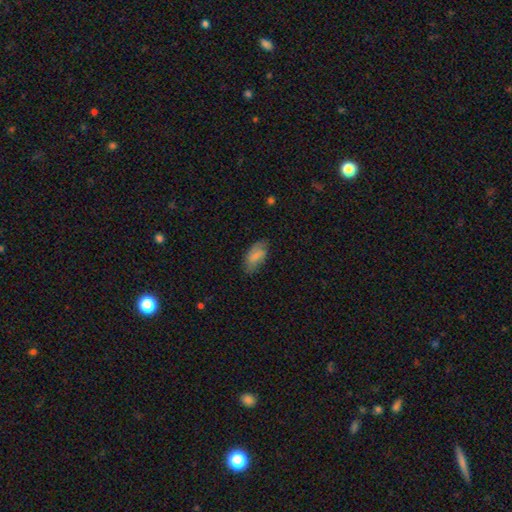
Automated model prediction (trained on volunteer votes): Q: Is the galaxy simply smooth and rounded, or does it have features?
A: smooth — 66%.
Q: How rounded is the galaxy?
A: in between — 91%.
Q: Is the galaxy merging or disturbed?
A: none — 70%.